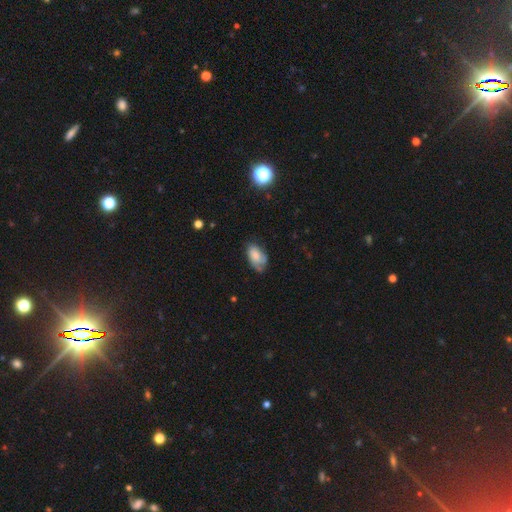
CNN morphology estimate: The model was most divided on "merging": none: 54%, minor disturbance: 32%, major disturbance: 11%, merger: 3%. More confident: how rounded — in between (93%); smooth or featured — smooth (64%).